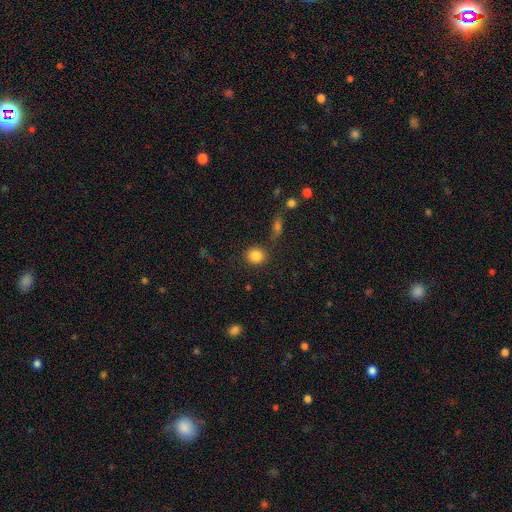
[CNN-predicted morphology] Smooth or featured? Predicted: smooth (p=0.85). How rounded? Predicted: round (p=0.81). Merging? Predicted: none (p=0.82).